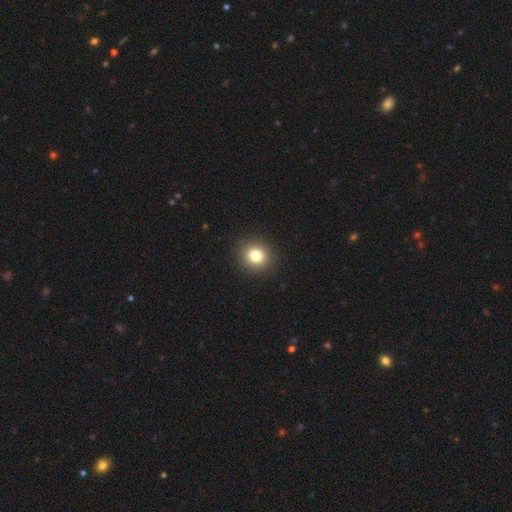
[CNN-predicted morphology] This is clearly a smooth galaxy (81%). How rounded: clearly round (81%). Merging: clearly none (91%).